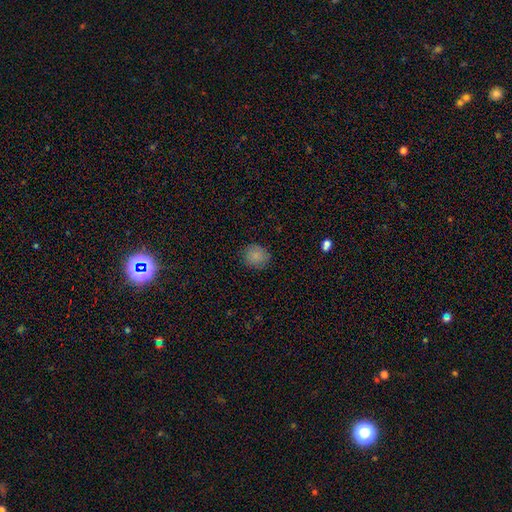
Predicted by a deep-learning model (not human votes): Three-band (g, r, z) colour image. It shows a smooth galaxy with no disk features (85%) that is round (82%). Merging: none (84%).